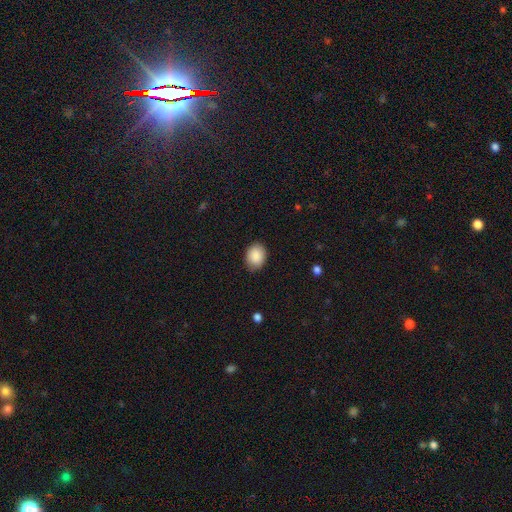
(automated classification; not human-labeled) Smooth or featured? Predicted: smooth (p=0.89). How rounded? Predicted: in between (p=0.60). Merging? Predicted: none (p=0.84).